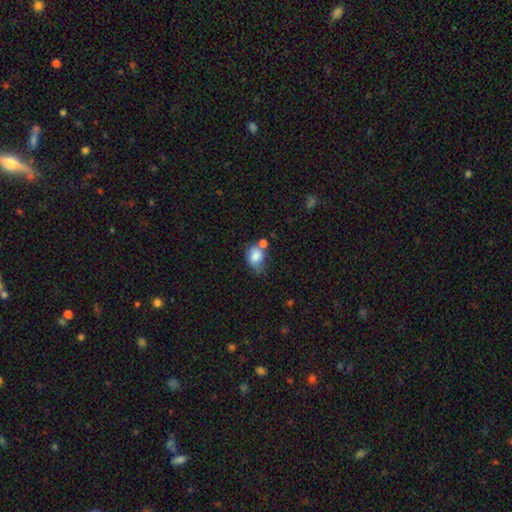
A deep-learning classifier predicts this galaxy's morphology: This is likely a smooth galaxy (80%). How rounded: possibly in between (59%). Merging: marginally none (36%).